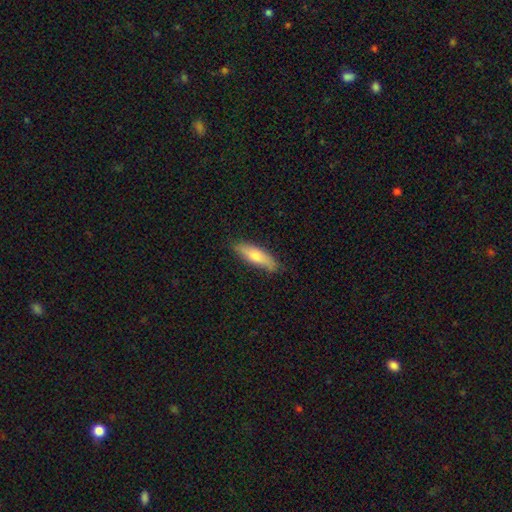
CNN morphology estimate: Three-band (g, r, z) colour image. It shows a smooth galaxy with no disk features (68%) that is cigar-shaped (62%). Merging: none (83%).